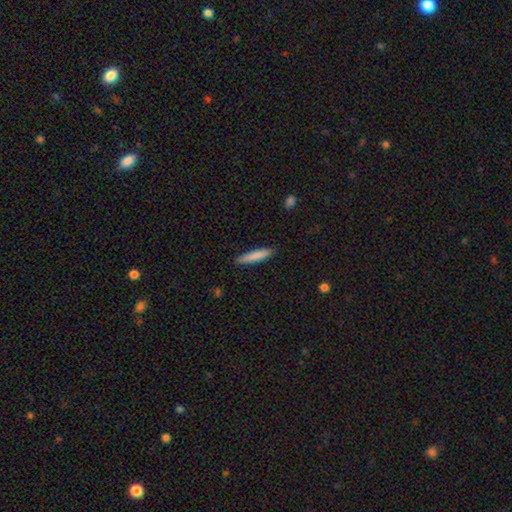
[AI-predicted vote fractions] A smooth galaxy with no disk features (82%) that is cigar-shaped (89%). Merging: none (89%).